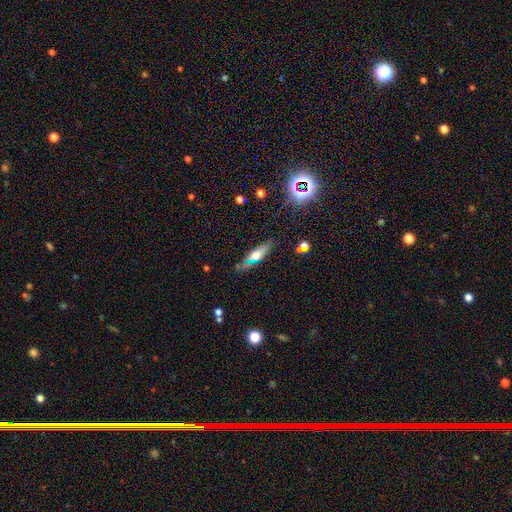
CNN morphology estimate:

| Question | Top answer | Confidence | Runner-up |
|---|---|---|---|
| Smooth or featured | featured or disk | 45% | smooth (43%) |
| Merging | none | 75% | minor disturbance (17%) |